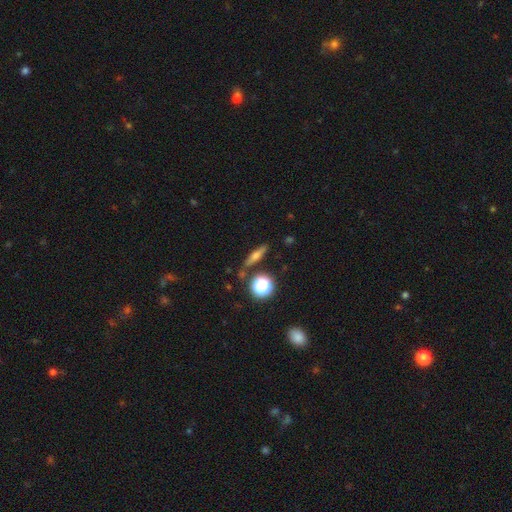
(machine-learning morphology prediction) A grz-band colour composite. It shows a smooth galaxy with no disk features (49%). Merging: none (82%).